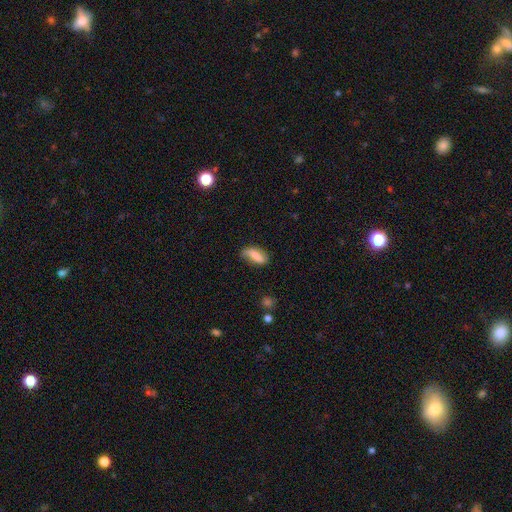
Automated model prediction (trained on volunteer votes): Smooth or featured: smooth — 63% (featured or disk — 29%)
How rounded: in between — 76% (cigar-shaped — 20%)
Merging: none — 65% (minor disturbance — 25%)